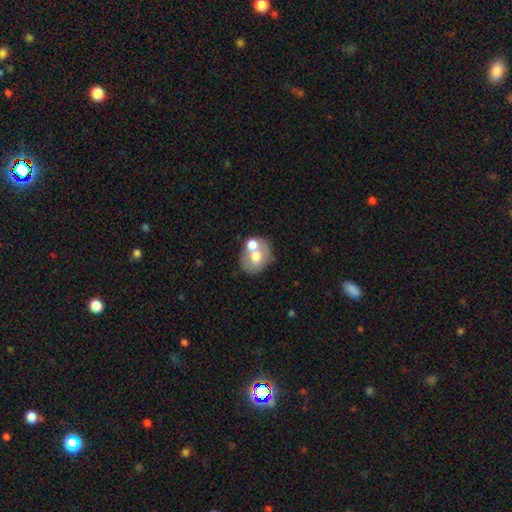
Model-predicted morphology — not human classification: Smooth or featured? smooth (60%)
How rounded? round (55%)
Merging? merger (41%, tied with none)